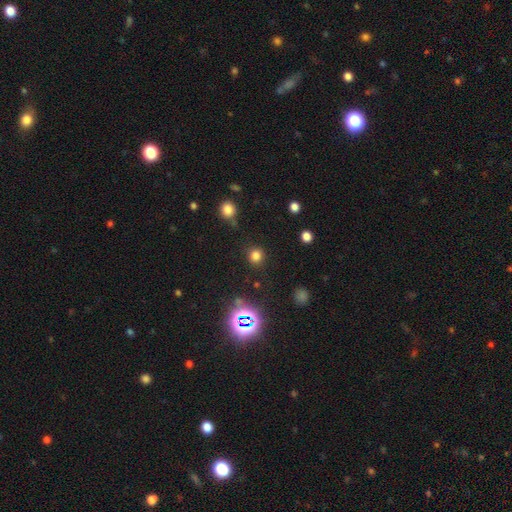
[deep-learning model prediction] Smooth or featured? Predicted: smooth (p=0.73). How rounded? Predicted: round (p=0.92). Merging? Predicted: none (p=0.87).